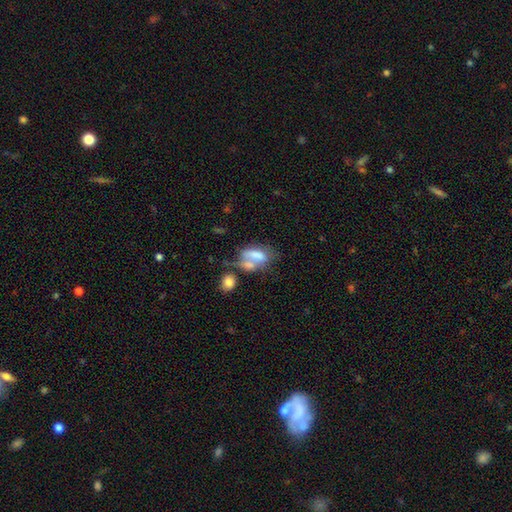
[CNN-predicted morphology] This is likely a smooth galaxy (64%). How rounded: clearly in between (83%). Merging: possibly merger (48%).